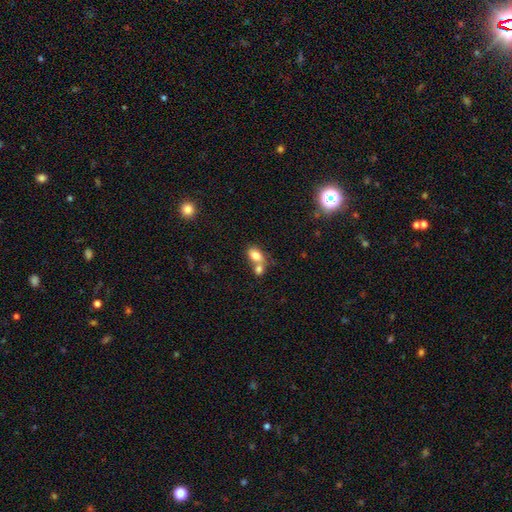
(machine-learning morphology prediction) smooth-or-featured: smooth: 79% | featured or disk: 12% | star or artifact: 9%
  how-rounded: in between: 83% | round: 14% | cigar-shaped: 2%
  merging: merger: 53% | none: 33% | minor disturbance: 10% | major disturbance: 4%